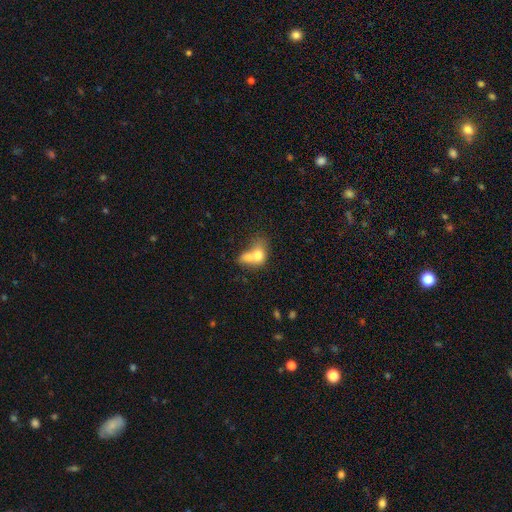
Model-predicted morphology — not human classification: Smooth or featured? Predicted: smooth (p=0.68). How rounded? Predicted: in between (p=0.65). Merging? Predicted: merger (p=0.72).